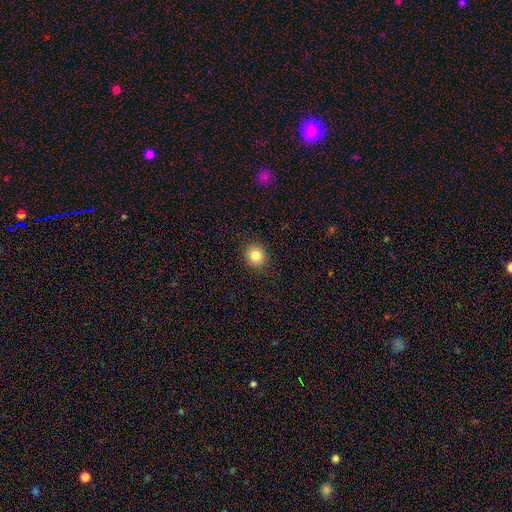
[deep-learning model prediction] This appears to be a smooth galaxy with no disk features (83%) that is round (86%). Merging: none (90%).